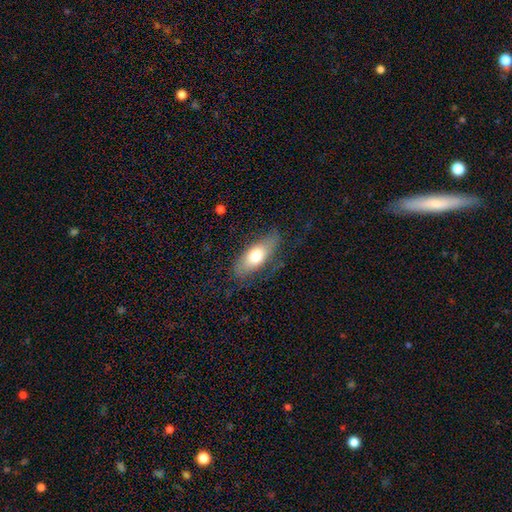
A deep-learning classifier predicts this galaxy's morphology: Smooth or featured? Predicted: smooth (p=0.66). How rounded? Predicted: in between (p=0.75). Merging? Predicted: none (p=0.69).